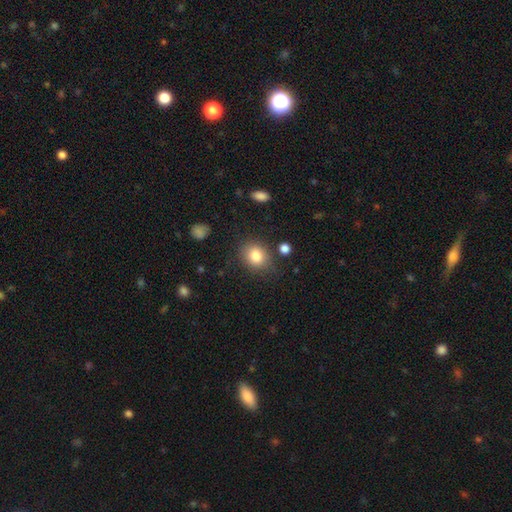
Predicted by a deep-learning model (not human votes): A smooth galaxy with no disk features (82%) that is round (63%). Merging: none (80%).